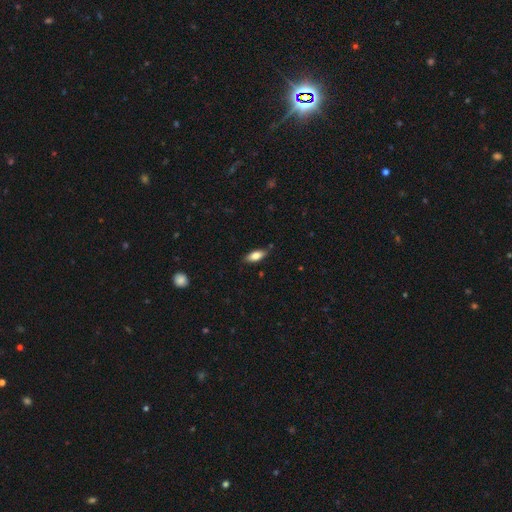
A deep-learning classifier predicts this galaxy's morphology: Smooth or featured: smooth — 74% (featured or disk — 19%)
How rounded: in between — 79% (cigar-shaped — 19%)
Merging: none — 81% (minor disturbance — 14%)